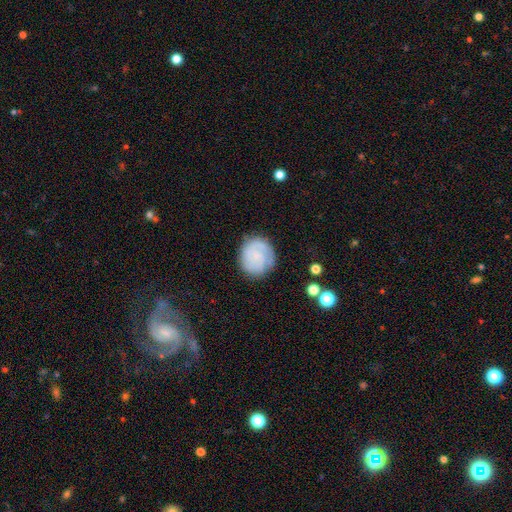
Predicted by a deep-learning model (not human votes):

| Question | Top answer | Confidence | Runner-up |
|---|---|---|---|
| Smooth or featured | featured or disk | 52% | smooth (40%) |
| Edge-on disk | no | 98% | yes (2%) |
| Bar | no | 67% | weak (28%) |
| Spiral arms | yes | 88% | no (12%) |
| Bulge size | none | 43% | small (41%) |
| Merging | none | 78% | minor disturbance (15%) |